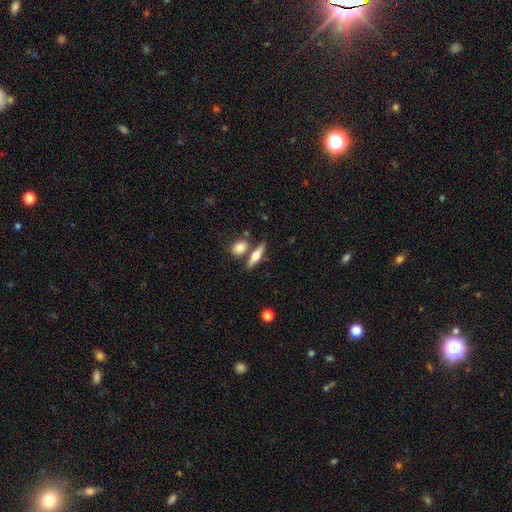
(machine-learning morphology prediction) A featured or disk galaxy (48%).

Vote fractions:
- Smooth or featured? featured or disk: 48% / smooth: 45% / star or artifact: 7%
- Merging? none: 70% / merger: 17% / minor disturbance: 10% / major disturbance: 3%